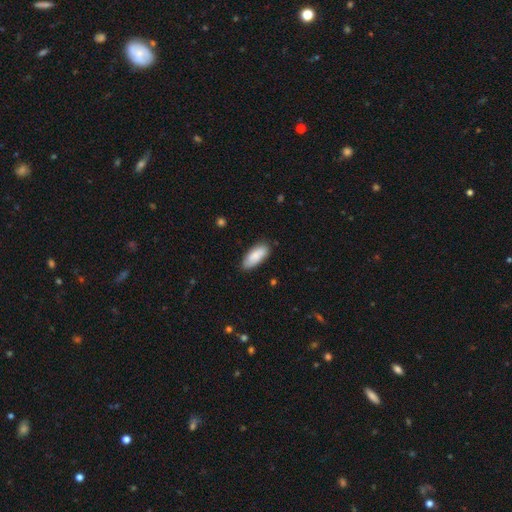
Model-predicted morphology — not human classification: A smooth galaxy with no disk features (83%) that is in between round and cigar-shaped (85%). Merging: none (81%).